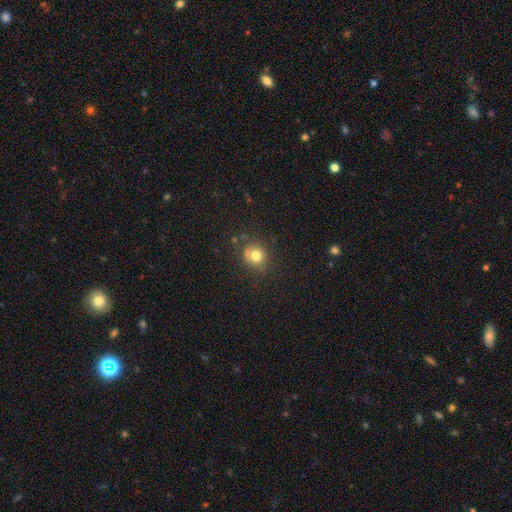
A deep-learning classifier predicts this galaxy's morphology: smooth-or-featured: smooth: 76% | star or artifact: 13% | featured or disk: 10%
  how-rounded: round: 81% | in between: 18% | cigar-shaped: 1%
  merging: none: 70% | minor disturbance: 19% | major disturbance: 6% | merger: 5%